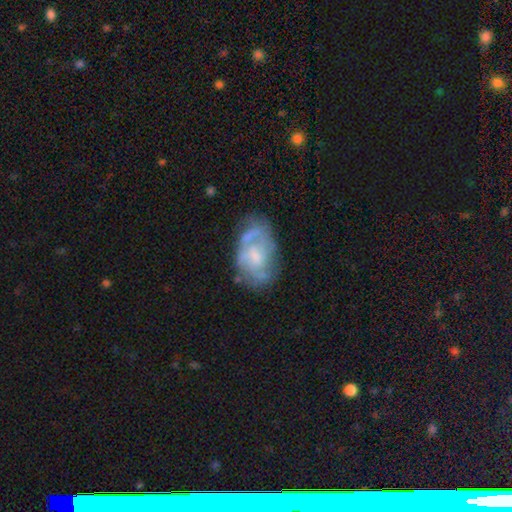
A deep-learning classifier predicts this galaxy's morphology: A featured or disk galaxy (68%) with no bar (54%), spiral arms (72%) and a moderate central bulge (36%).

Vote fractions:
- Smooth or featured? featured or disk: 68% / smooth: 24% / star or artifact: 7%
- Edge-on disk? no: 97% / yes: 3%
- Bar? no: 54% / weak: 39% / strong: 7%
- Spiral arms? yes: 72% / no: 28%
- Bulge size? moderate: 36% / small: 33% / none: 23% / large: 7% / dominant: 1%
- Merging? none: 55% / minor disturbance: 25% / major disturbance: 15% / merger: 4%